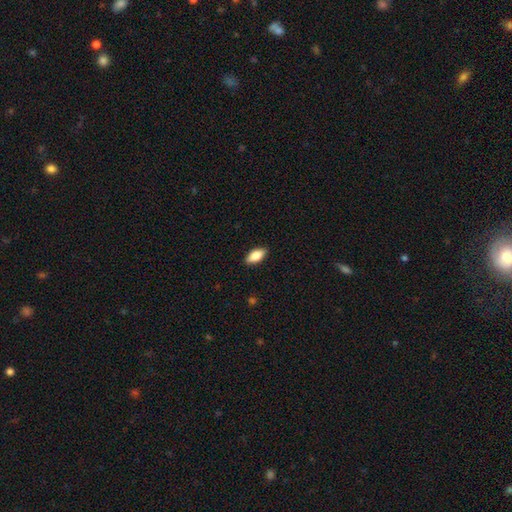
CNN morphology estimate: A smooth galaxy with no disk features (82%) that is in between round and cigar-shaped (88%).

Vote fractions:
- Smooth or featured? smooth: 82% / featured or disk: 12% / star or artifact: 6%
- How rounded? in between: 88% / cigar-shaped: 9% / round: 3%
- Merging? none: 89% / minor disturbance: 8% / major disturbance: 2% / merger: 1%